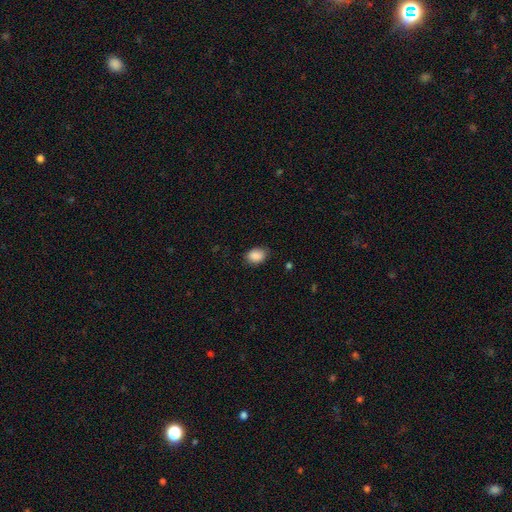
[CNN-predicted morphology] Smooth or featured?
  - smooth: 89% *
  - star or artifact: 8%
  - featured or disk: 4%
How rounded?
  - in between: 77% *
  - round: 22%
  - cigar-shaped: 1%
Merging?
  - none: 79% *
  - minor disturbance: 17%
  - major disturbance: 3%
  - merger: 1%